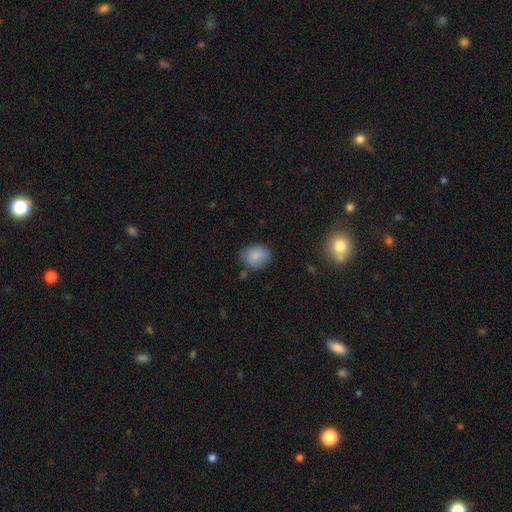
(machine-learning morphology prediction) This appears to be a smooth galaxy with no disk features (84%) that is round (56%). Merging: none (70%).